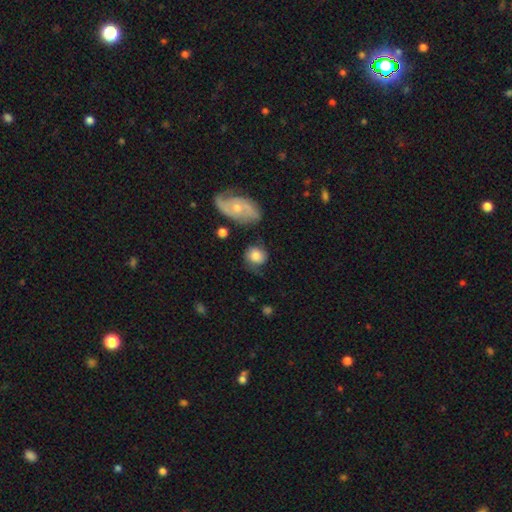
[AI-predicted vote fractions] A smooth galaxy with no disk features (69%) that is round (74%). Merging: none (54%).